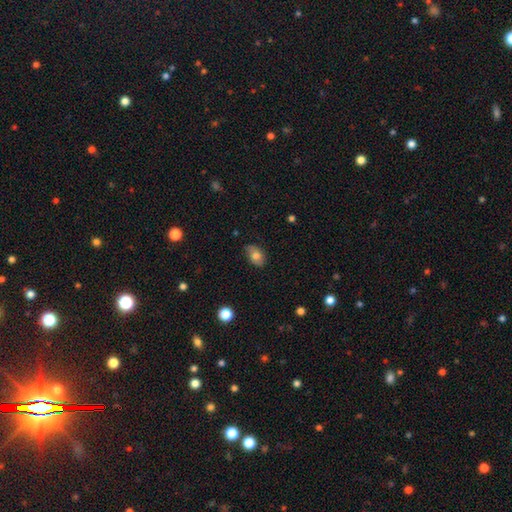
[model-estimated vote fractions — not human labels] Smooth or featured?
  - smooth: 75% *
  - featured or disk: 17%
  - star or artifact: 8%
How rounded?
  - in between: 86% *
  - round: 13%
  - cigar-shaped: 2%
Merging?
  - none: 66% *
  - minor disturbance: 27%
  - major disturbance: 5%
  - merger: 1%